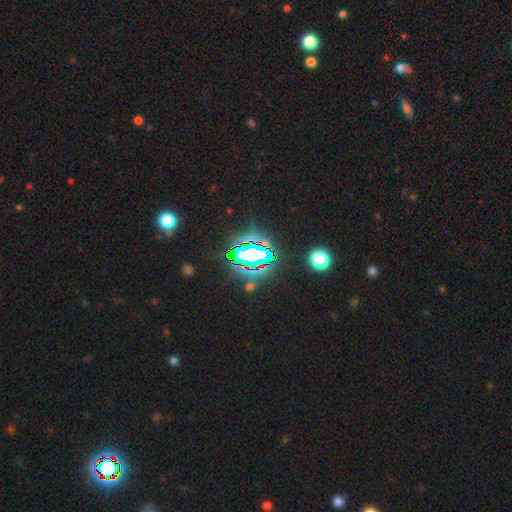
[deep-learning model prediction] The model was most divided on "smooth or featured": star or artifact: 83%, smooth: 10%, featured or disk: 6%.